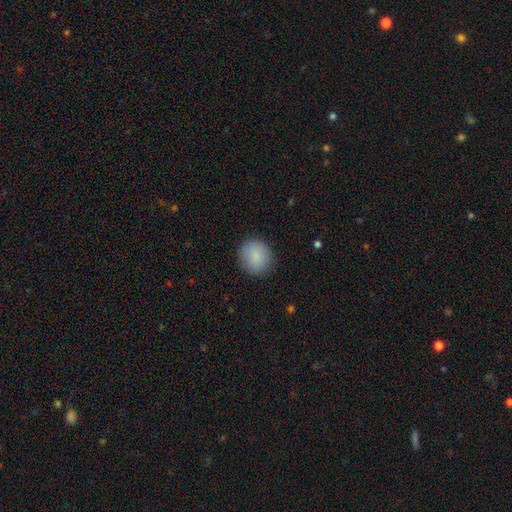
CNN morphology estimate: Smooth or featured? smooth (88%)
How rounded? round (87%)
Merging? none (89%)